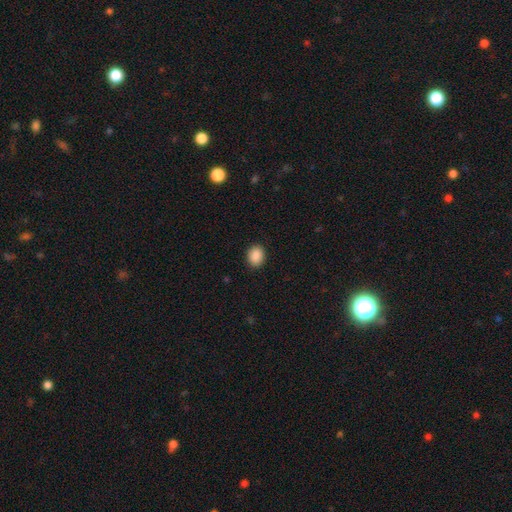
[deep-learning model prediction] A smooth galaxy with no disk features (89%) that is round (53%). Merging: none (90%).